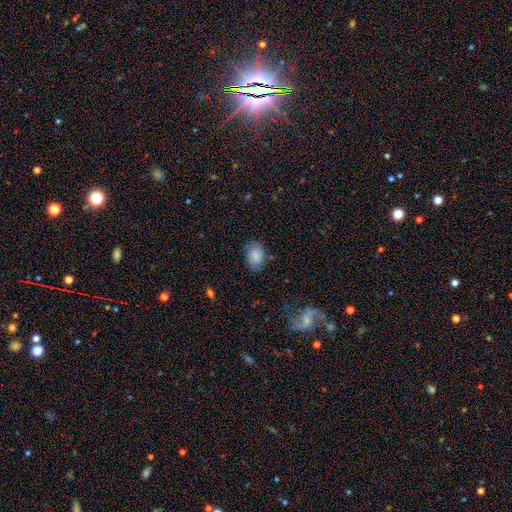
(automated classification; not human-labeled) This is clearly a smooth galaxy (85%). How rounded: likely in between (79%). Merging: likely none (74%).